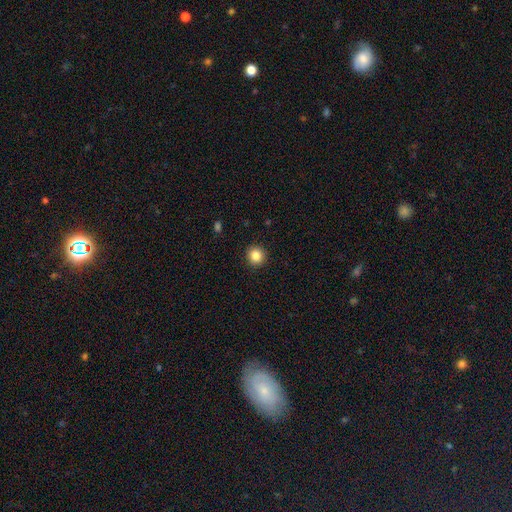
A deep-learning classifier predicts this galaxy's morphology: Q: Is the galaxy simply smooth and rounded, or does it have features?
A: smooth — 85%.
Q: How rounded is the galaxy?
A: round — 90%.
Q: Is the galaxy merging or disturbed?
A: none — 92%.